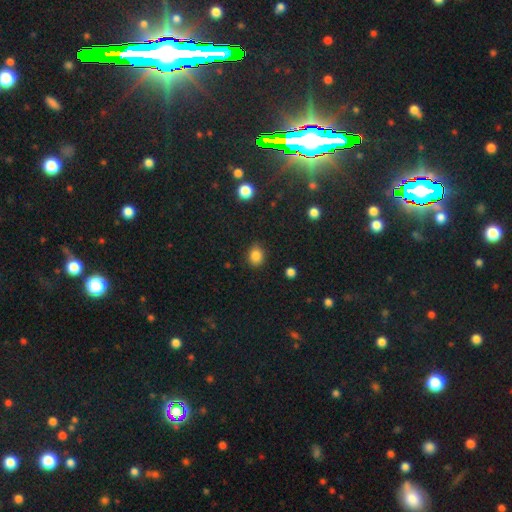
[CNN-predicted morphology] The model was most divided on "how rounded": round: 52%, in between: 47%, cigar-shaped: 1%. More confident: smooth or featured — smooth (84%); merging — none (82%).